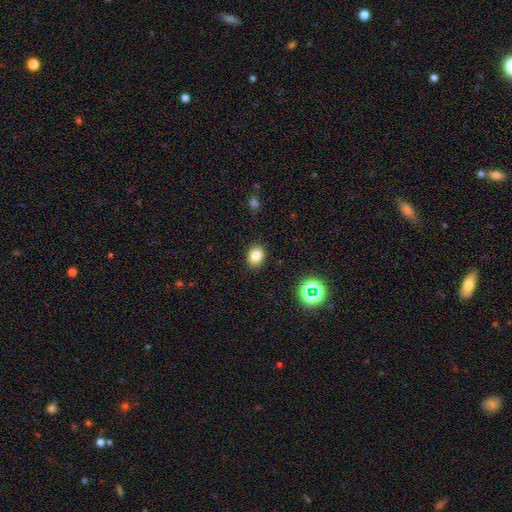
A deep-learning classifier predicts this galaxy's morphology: Q: Smooth or featured?
A: smooth (80%); runner-up: star or artifact (13%)
Q: How rounded?
A: in between (58%); runner-up: round (41%)
Q: Merging?
A: none (88%); runner-up: minor disturbance (8%)